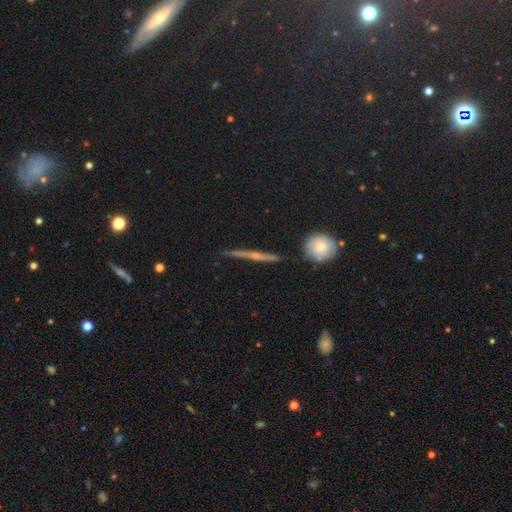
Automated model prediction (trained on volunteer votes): A featured or disk galaxy (69%) viewed edge-on (96%) with a rounded central bulge (59%). Merging: none (88%).